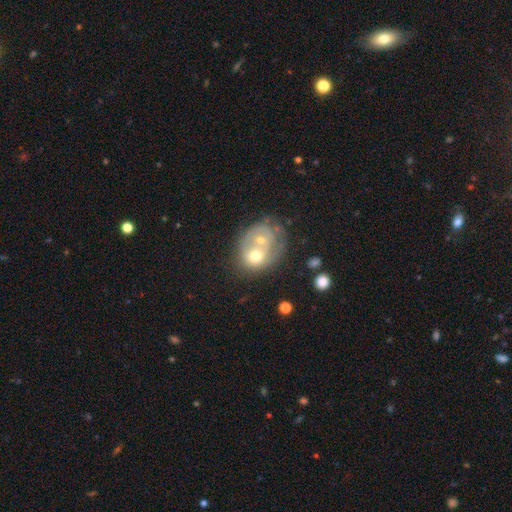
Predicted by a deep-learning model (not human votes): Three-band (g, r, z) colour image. It shows a featured or disk galaxy (47%). Merging: merger (73%).